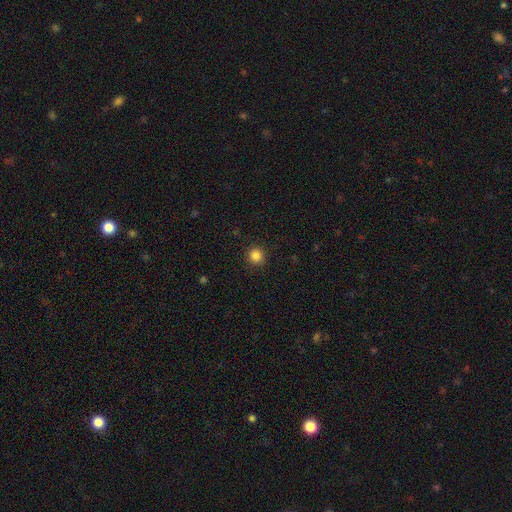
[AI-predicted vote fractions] Smooth or featured? smooth (85%)
How rounded? round (93%)
Merging? none (92%)